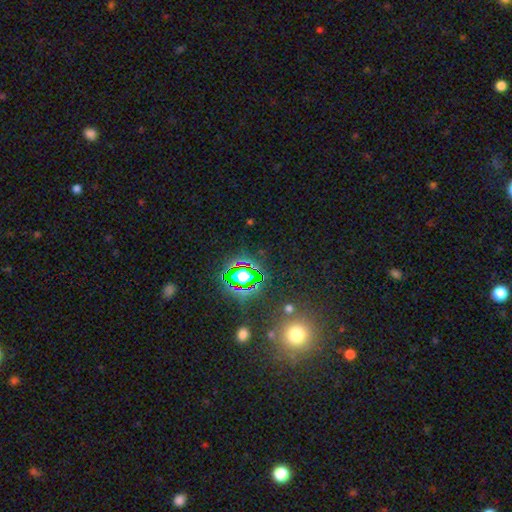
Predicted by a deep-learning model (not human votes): Smooth or featured? Predicted: star or artifact (p=0.71).